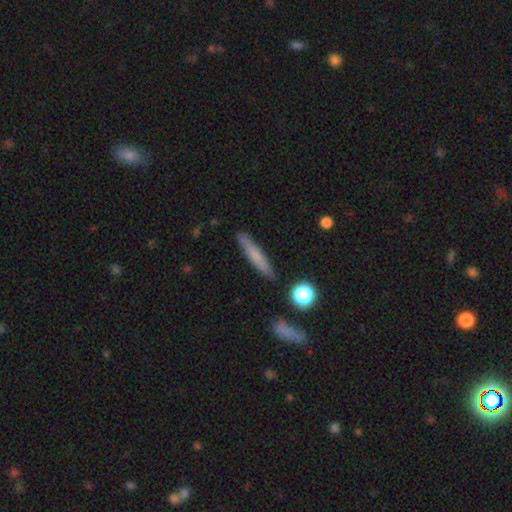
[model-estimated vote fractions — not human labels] A smooth galaxy with no disk features (69%) that is cigar-shaped (90%). Merging: none (86%).